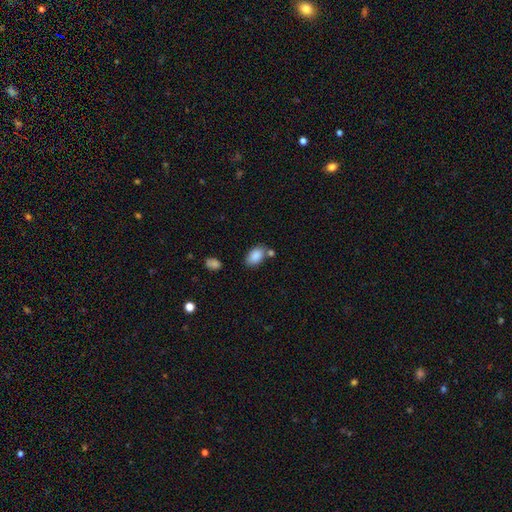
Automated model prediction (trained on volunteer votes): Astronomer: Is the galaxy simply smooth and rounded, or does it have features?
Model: smooth — 87%.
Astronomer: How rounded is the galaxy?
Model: in between — 91%.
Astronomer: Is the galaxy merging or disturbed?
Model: none — 65%.